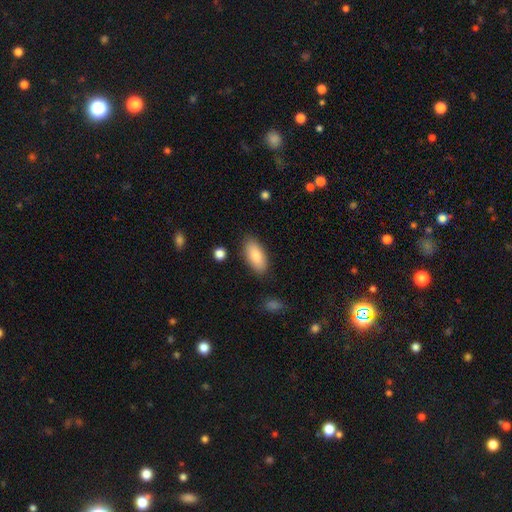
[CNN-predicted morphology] smooth-or-featured: smooth: 84% | featured or disk: 9% | star or artifact: 6%
  how-rounded: in between: 88% | cigar-shaped: 10% | round: 2%
  merging: none: 85% | minor disturbance: 10% | major disturbance: 3% | merger: 2%